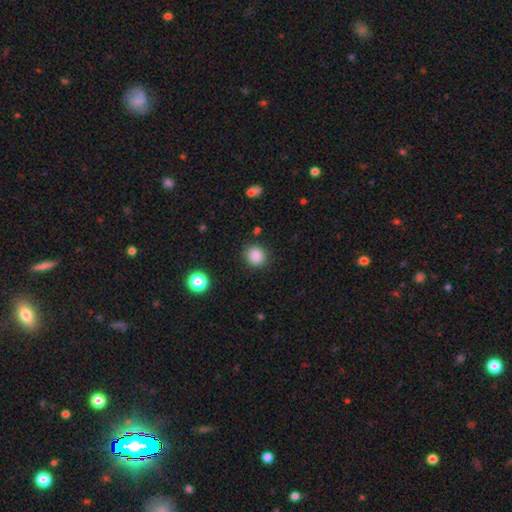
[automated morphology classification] This appears to be a smooth galaxy with no disk features (86%) that is round (77%). Merging: none (86%).